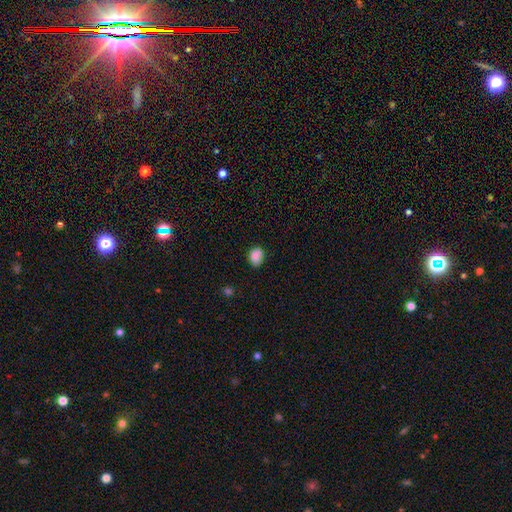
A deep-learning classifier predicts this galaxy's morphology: This appears to be a smooth galaxy with no disk features (87%) that is in between round and cigar-shaped (63%). Merging: none (78%).